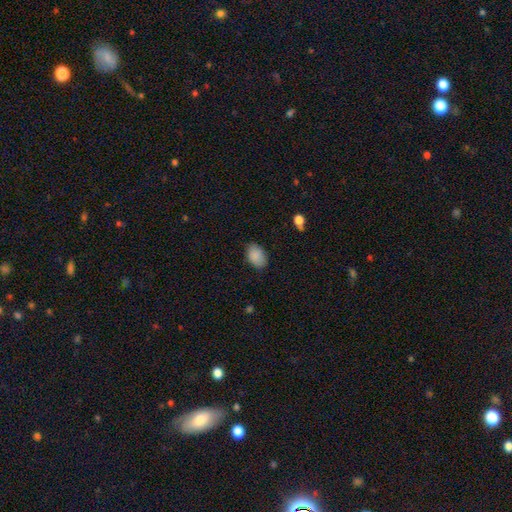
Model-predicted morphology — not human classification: type=smooth (88%); roundness=in between (86%); merging=none (82%).